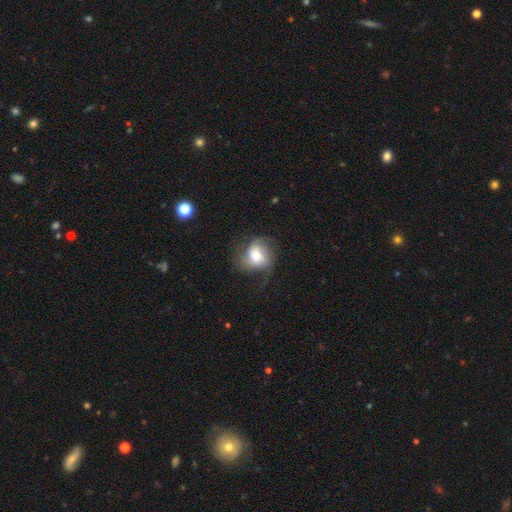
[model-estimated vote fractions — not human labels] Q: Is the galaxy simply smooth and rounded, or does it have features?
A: featured or disk — 46%.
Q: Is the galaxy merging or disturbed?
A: none — 52%.